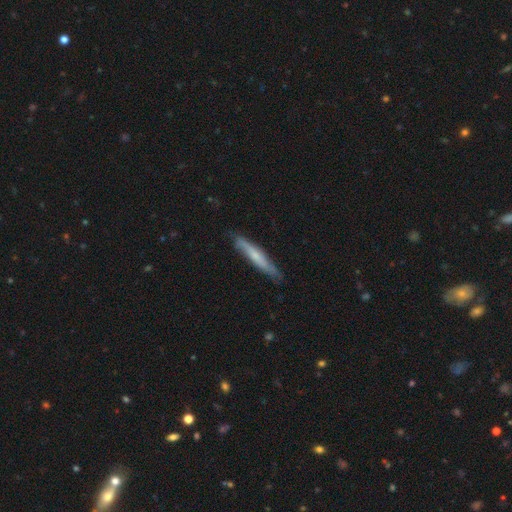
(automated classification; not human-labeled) Overall: smooth (50%; featured or disk 44%). How rounded: cigar-shaped (93%). Merging: none (79%).